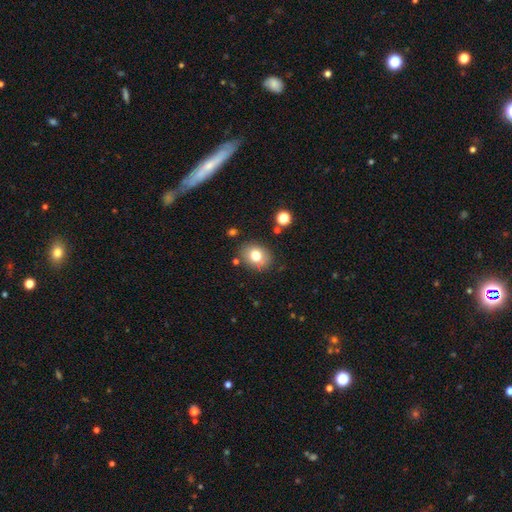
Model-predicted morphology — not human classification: This appears to be a smooth galaxy with no disk features (76%) that is in between round and cigar-shaped (55%). Merging: none (82%).